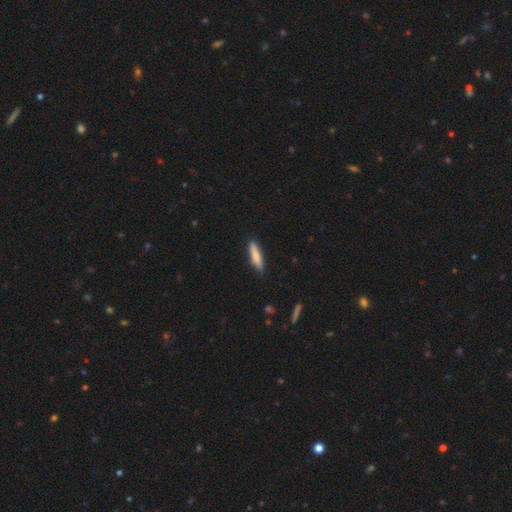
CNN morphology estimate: Smooth or featured? smooth (77%)
How rounded? cigar-shaped (82%)
Merging? none (86%)